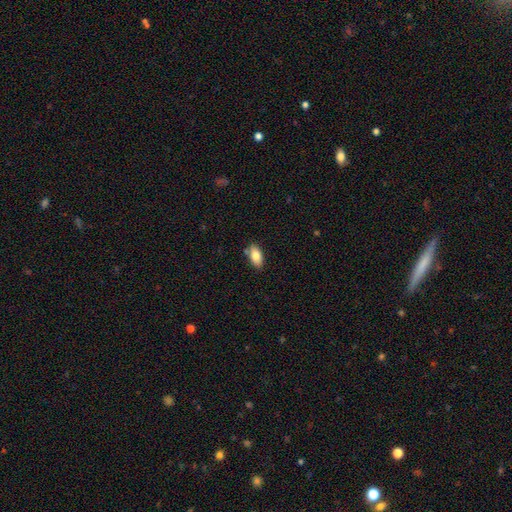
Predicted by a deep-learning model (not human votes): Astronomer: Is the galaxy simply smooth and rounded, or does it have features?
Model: smooth — 81%.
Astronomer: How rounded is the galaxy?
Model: in between — 92%.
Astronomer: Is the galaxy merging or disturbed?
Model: none — 79%.